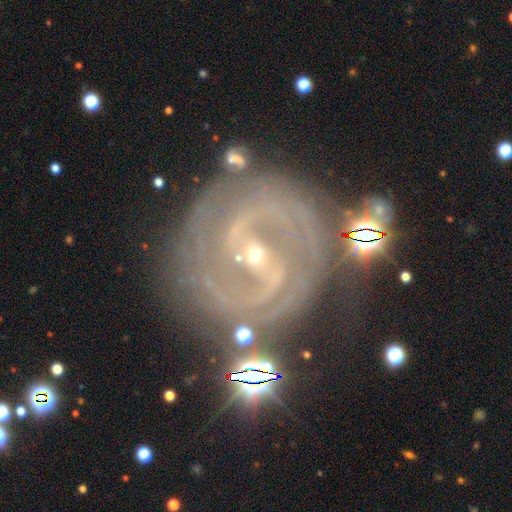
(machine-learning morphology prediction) Q: Smooth or featured?
A: featured or disk (91%); runner-up: star or artifact (6%)
Q: Edge-on disk?
A: no (97%); runner-up: yes (3%)
Q: Bar?
A: strong (39%); tied with: weak (39%)
Q: Spiral arms?
A: yes (98%); runner-up: no (2%)
Q: Spiral winding?
A: tight (60%); runner-up: medium (35%)
Q: Spiral arm count?
A: 2 (69%); runner-up: 3 (11%)
Q: Bulge size?
A: small (77%); runner-up: moderate (20%)
Q: Merging?
A: none (75%); runner-up: minor disturbance (15%)